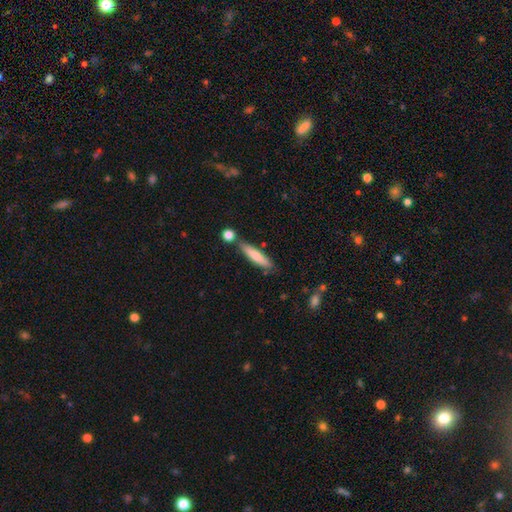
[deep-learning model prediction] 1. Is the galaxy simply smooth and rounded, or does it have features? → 72% smooth, 22% featured or disk, 6% star or artifact.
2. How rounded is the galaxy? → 86% cigar-shaped, 13% in between, 1% round.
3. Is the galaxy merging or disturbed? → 74% none, 14% minor disturbance, 10% merger, 3% major disturbance.